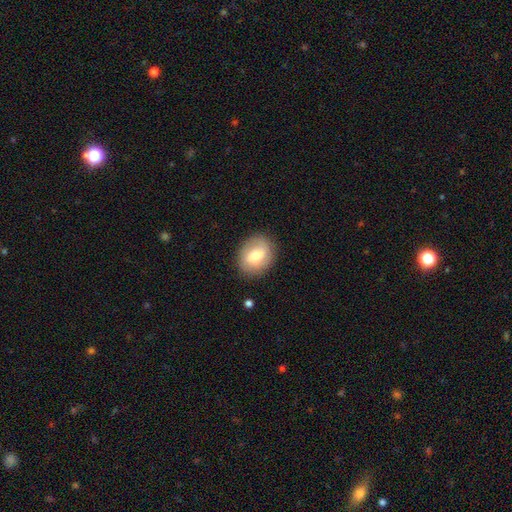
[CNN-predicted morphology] Smooth or featured? Predicted: smooth (p=0.62). How rounded? Predicted: round (p=0.54). Merging? Predicted: none (p=0.85).